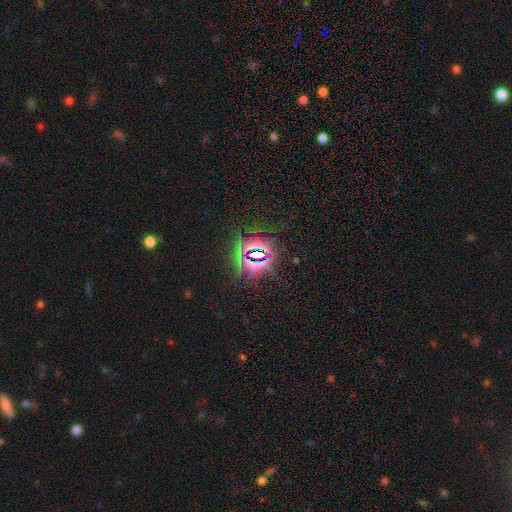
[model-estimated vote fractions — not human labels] Smooth or featured?
  - star or artifact: 83% *
  - smooth: 10%
  - featured or disk: 7%